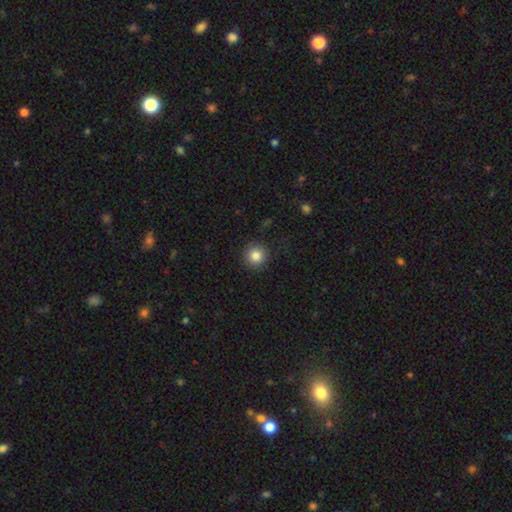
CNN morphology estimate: A smooth galaxy with no disk features (84%) that is round (94%). Merging: none (89%).